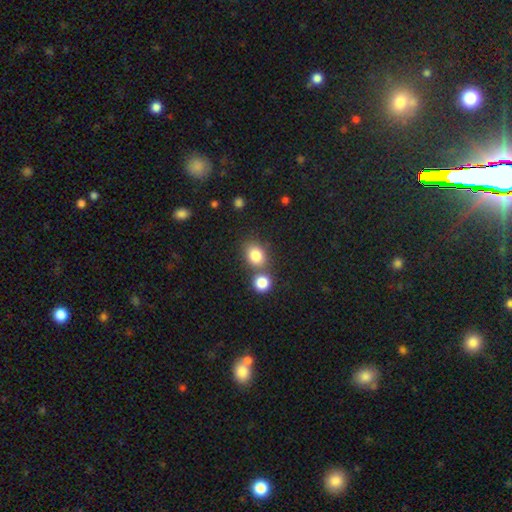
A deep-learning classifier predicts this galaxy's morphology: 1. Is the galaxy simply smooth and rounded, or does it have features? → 82% smooth, 11% star or artifact, 7% featured or disk.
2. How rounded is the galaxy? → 51% round, 47% in between, 1% cigar-shaped.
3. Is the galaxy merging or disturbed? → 58% none, 29% merger, 10% minor disturbance, 3% major disturbance.